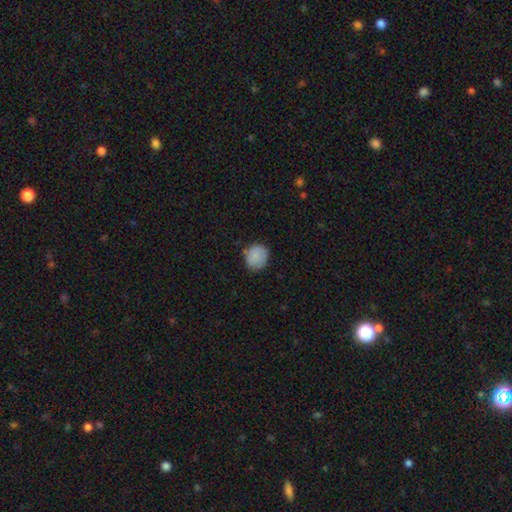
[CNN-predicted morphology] The model was most divided on "how rounded": round: 77%, in between: 22%, cigar-shaped: 1%. More confident: smooth or featured — smooth (84%); merging — none (76%).